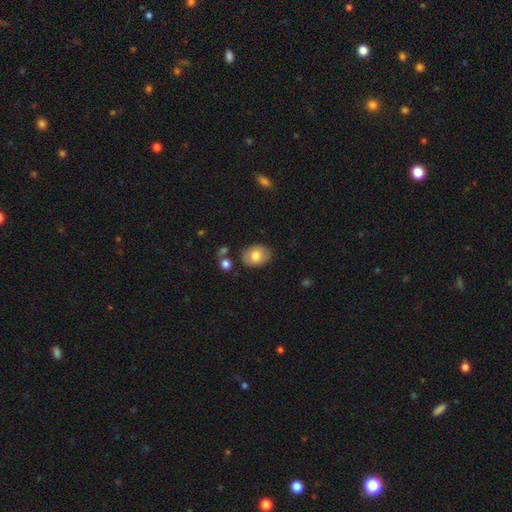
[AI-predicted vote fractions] smooth_or_featured: smooth (p=0.77) [alt: featured or disk p=0.16]
how_rounded: in between (p=0.71) [alt: round p=0.28]
merging: none (p=0.81) [alt: minor disturbance p=0.13]